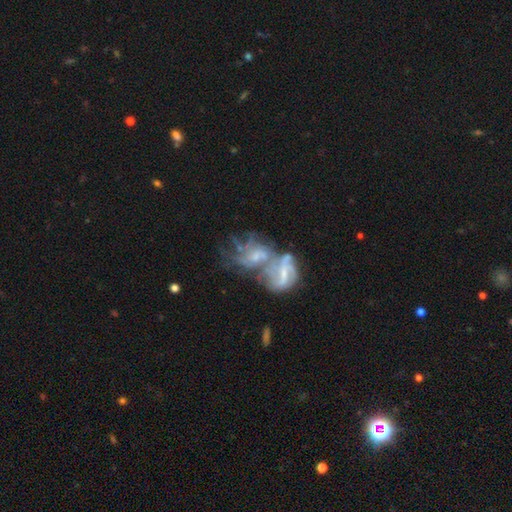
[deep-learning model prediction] The model was most divided on "bulge size": small: 44%, moderate: 31%, none: 20%, large: 4%, dominant: 2%. More confident: edge-on disk — no (97%); merging — merger (73%); smooth or featured — featured or disk (71%); spiral arms — yes (67%); bar — no (52%).